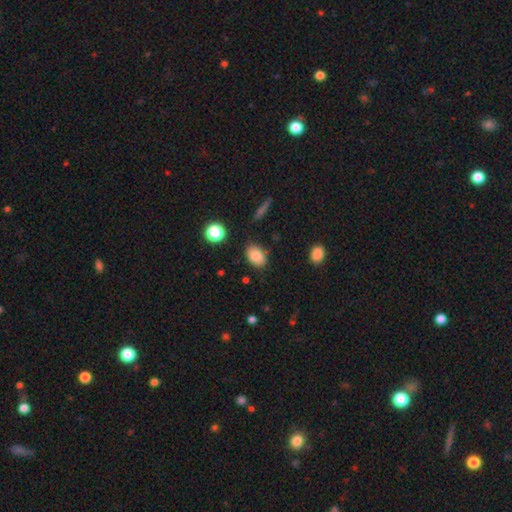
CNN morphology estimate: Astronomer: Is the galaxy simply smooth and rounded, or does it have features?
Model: smooth — 81%.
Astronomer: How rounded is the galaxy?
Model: in between — 84%.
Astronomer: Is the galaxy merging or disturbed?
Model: none — 77%.